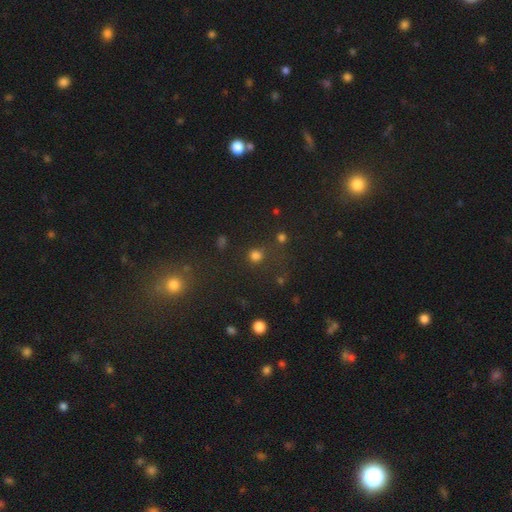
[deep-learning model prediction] A smooth galaxy with no disk features (73%) that is round (87%). Merging: none (68%).